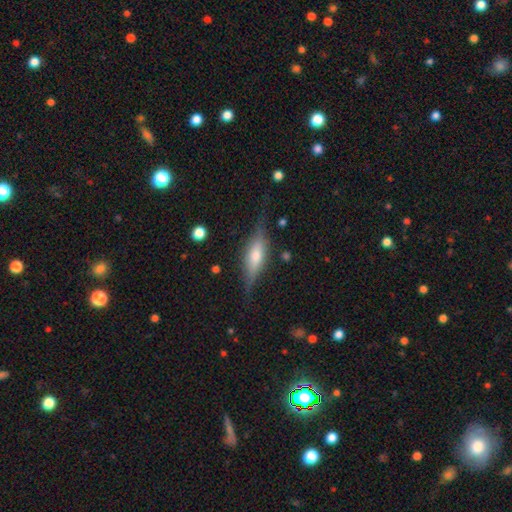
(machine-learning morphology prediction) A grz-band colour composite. It shows a featured or disk galaxy (62%) viewed edge-on (92%) with a rounded central bulge (75%). Merging: none (77%).